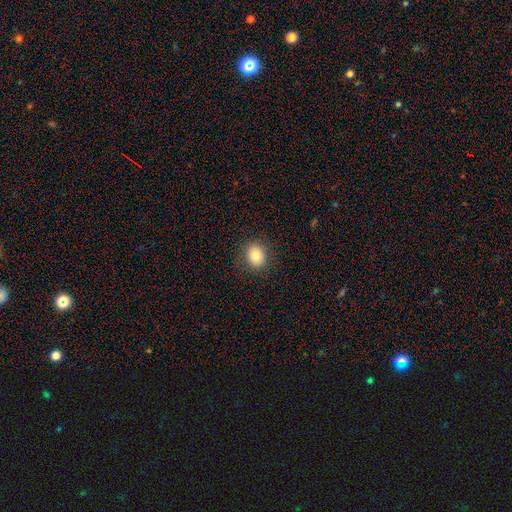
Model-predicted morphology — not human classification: Overall: smooth (81%). How rounded: round (73%). Merging: none (88%).